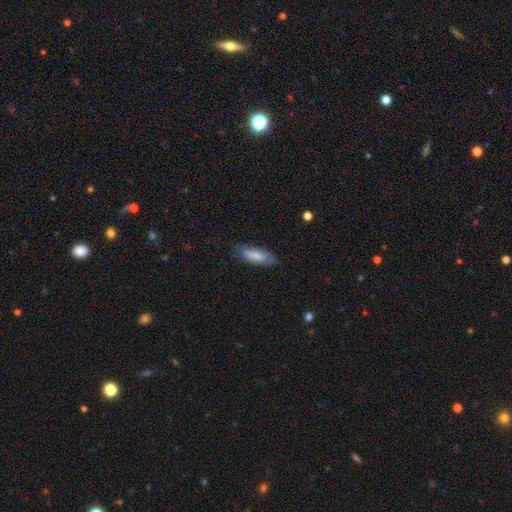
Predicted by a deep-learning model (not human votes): This appears to be a smooth galaxy with no disk features (81%) that is in between round and cigar-shaped (70%). Merging: none (77%).